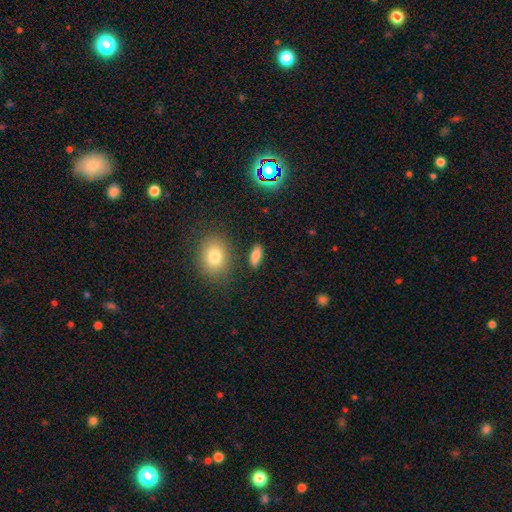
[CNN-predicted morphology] A smooth galaxy with no disk features (83%) that is in between round and cigar-shaped (74%).

Vote fractions:
- Smooth or featured? smooth: 83% / star or artifact: 9% / featured or disk: 8%
- How rounded? in between: 74% / cigar-shaped: 21% / round: 5%
- Merging? none: 86% / minor disturbance: 9% / merger: 3% / major disturbance: 3%